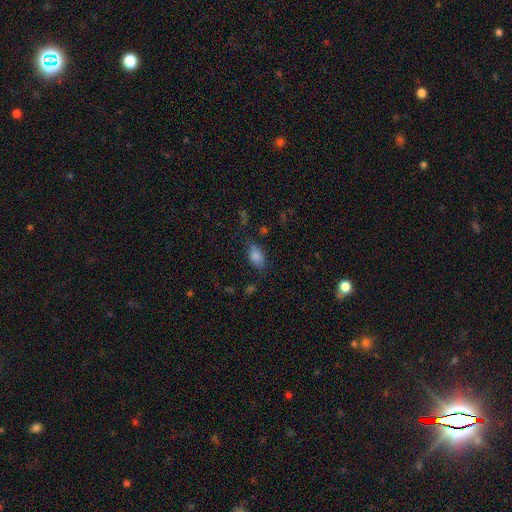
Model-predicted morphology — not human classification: smooth_or_featured: smooth (p=0.80) [alt: star or artifact p=0.11]
how_rounded: in between (p=0.89) [alt: round p=0.06]
merging: none (p=0.69) [alt: minor disturbance p=0.21]